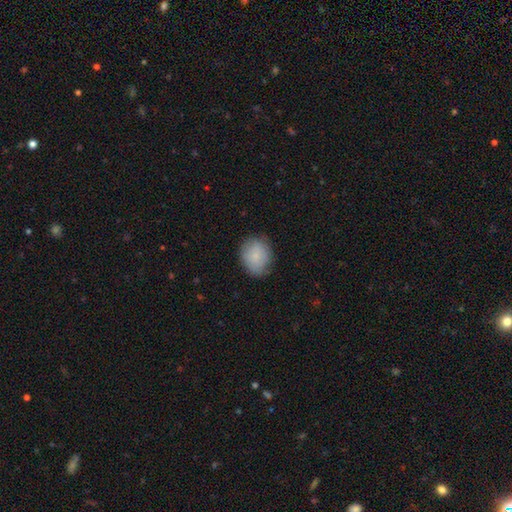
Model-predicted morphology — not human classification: Q: Smooth or featured?
A: smooth (79%); runner-up: featured or disk (14%)
Q: How rounded?
A: round (64%); runner-up: in between (35%)
Q: Merging?
A: none (75%); runner-up: minor disturbance (20%)